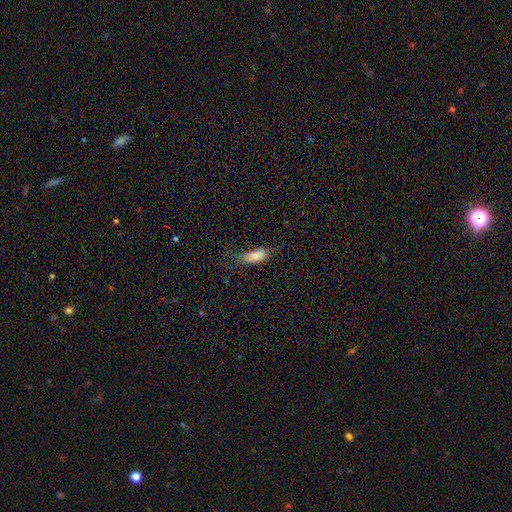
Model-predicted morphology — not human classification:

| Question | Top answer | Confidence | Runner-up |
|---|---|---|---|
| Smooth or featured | smooth | 77% | featured or disk (13%) |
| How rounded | in between | 76% | cigar-shaped (21%) |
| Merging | none | 43% | minor disturbance (30%) |